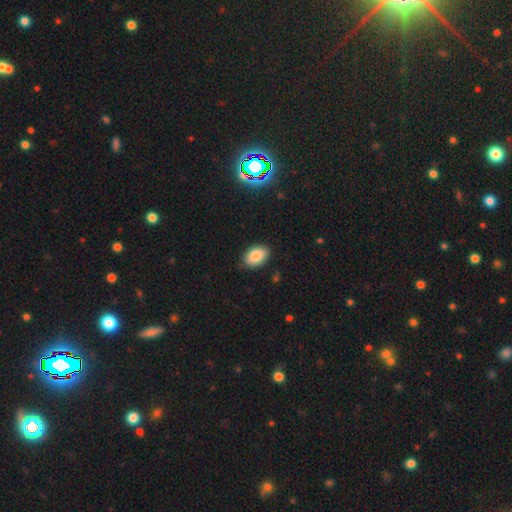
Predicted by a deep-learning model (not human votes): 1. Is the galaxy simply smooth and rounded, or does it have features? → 86% smooth, 7% star or artifact, 7% featured or disk.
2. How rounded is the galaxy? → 91% in between, 8% round, 1% cigar-shaped.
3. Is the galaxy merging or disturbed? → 85% none, 12% minor disturbance, 2% major disturbance, 1% merger.